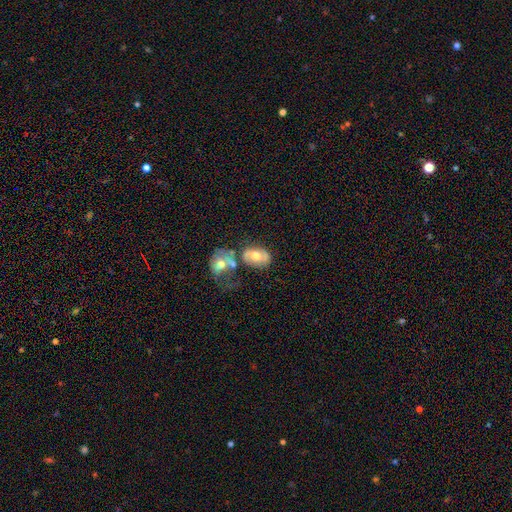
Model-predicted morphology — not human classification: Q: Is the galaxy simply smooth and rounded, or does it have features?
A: smooth — 48%.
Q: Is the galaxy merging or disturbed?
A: merger — 41%.